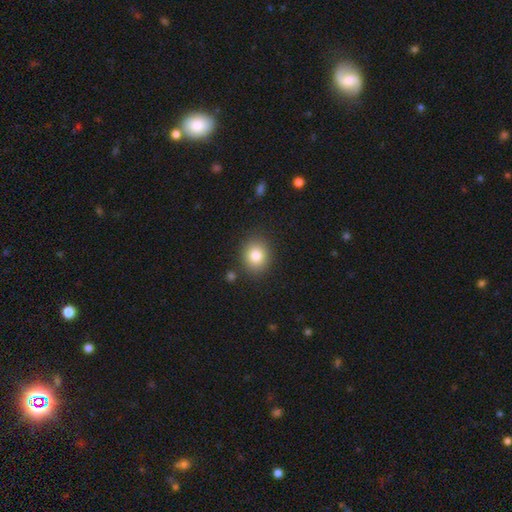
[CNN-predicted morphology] A smooth galaxy with no disk features (82%) that is round (71%).

Vote fractions:
- Smooth or featured? smooth: 82% / star or artifact: 10% / featured or disk: 8%
- How rounded? round: 71% / in between: 28% / cigar-shaped: 1%
- Merging? none: 86% / minor disturbance: 9% / major disturbance: 3% / merger: 3%